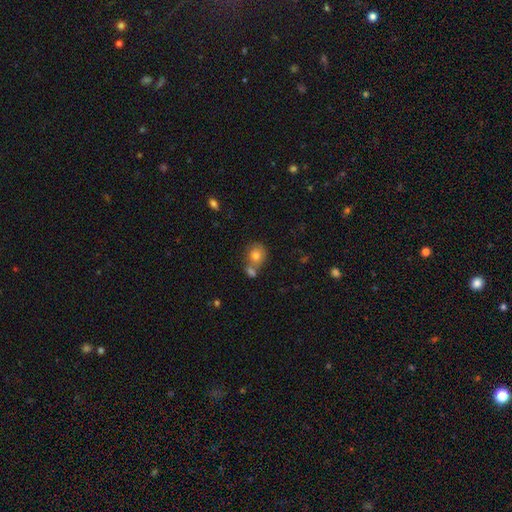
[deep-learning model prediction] Q: Smooth or featured?
A: smooth (78%); runner-up: featured or disk (12%)
Q: How rounded?
A: round (71%); runner-up: in between (28%)
Q: Merging?
A: none (50%); runner-up: merger (35%)